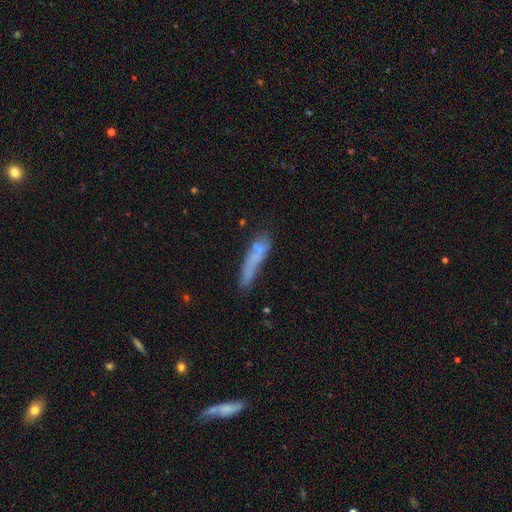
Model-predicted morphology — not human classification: Smooth or featured? Predicted: smooth (p=0.59). How rounded? Predicted: cigar-shaped (p=0.84). Merging? Predicted: none (p=0.52).